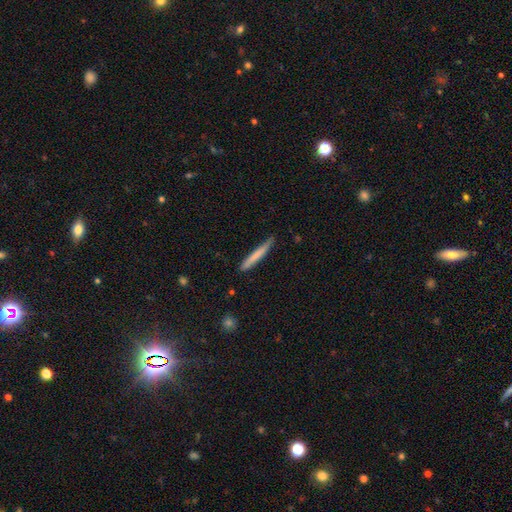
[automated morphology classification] This is likely a smooth galaxy (71%). How rounded: clearly cigar-shaped (96%). Merging: clearly none (82%).